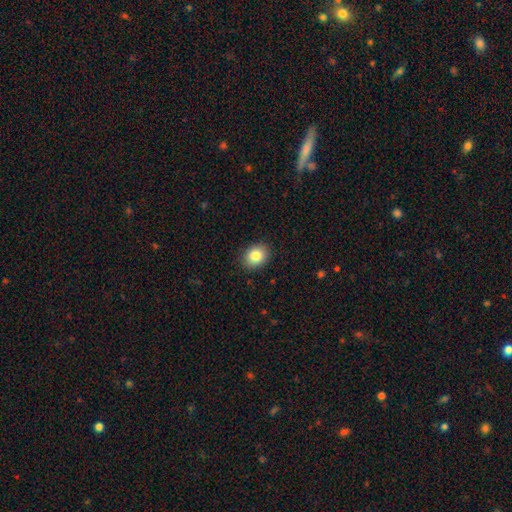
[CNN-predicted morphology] Smooth or featured?
  - smooth: 85% *
  - star or artifact: 9%
  - featured or disk: 7%
How rounded?
  - in between: 55% *
  - round: 45%
  - cigar-shaped: 1%
Merging?
  - none: 89% *
  - minor disturbance: 8%
  - major disturbance: 2%
  - merger: 1%